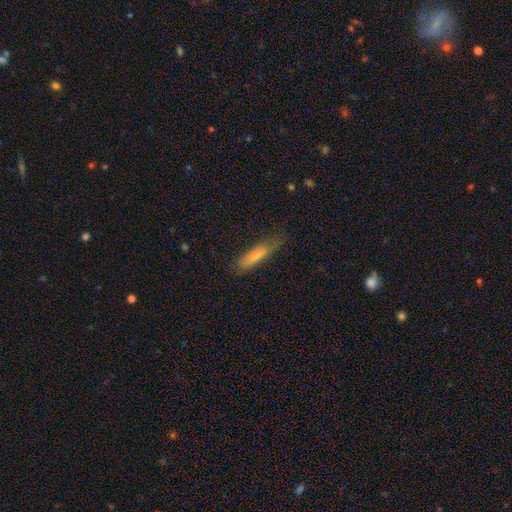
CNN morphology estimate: Q: Smooth or featured?
A: smooth (75%); runner-up: featured or disk (19%)
Q: How rounded?
A: cigar-shaped (72%); runner-up: in between (26%)
Q: Merging?
A: none (67%); runner-up: minor disturbance (25%)